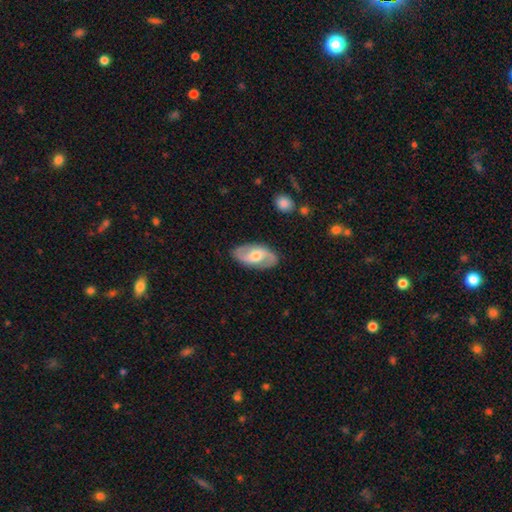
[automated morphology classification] smooth-or-featured: featured or disk: 72% | smooth: 23% | star or artifact: 5%
  disk-edge-on: no: 94% | yes: 6%
    bar: weak: 46% | no: 37% | strong: 17%
    has-spiral-arms: yes: 87% | no: 13%
      spiral-winding: medium: 42% (tied) | loose: 42% (tied) | tight: 16%
      spiral-arm-count: 2: 90% | can't tell: 5% | 1: 2% | 3: 1% | 4: 1% | more than 4: 1%
    bulge-size: moderate: 69% | small: 20% | large: 8% | none: 2% | dominant: 1%
  merging: none: 84% | minor disturbance: 11% | major disturbance: 3% | merger: 1%